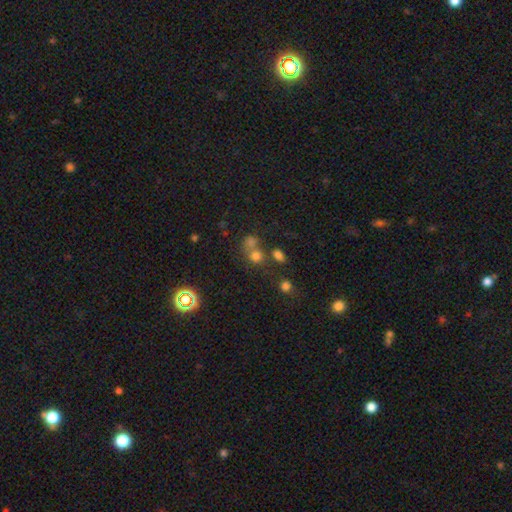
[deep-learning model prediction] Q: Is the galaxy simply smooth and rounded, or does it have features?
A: smooth — 67%.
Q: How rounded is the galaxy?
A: round — 77%.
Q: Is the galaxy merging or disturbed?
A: none — 47%.